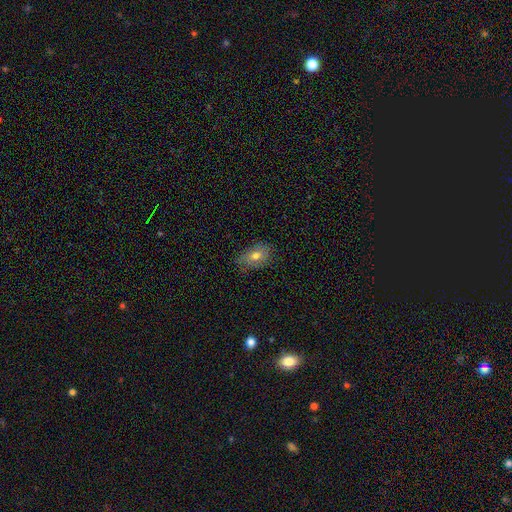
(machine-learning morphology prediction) smooth 72%, featured or disk 18%, star or artifact 10%. Down the decision tree: how rounded — in between (83%); merging — none (72%).